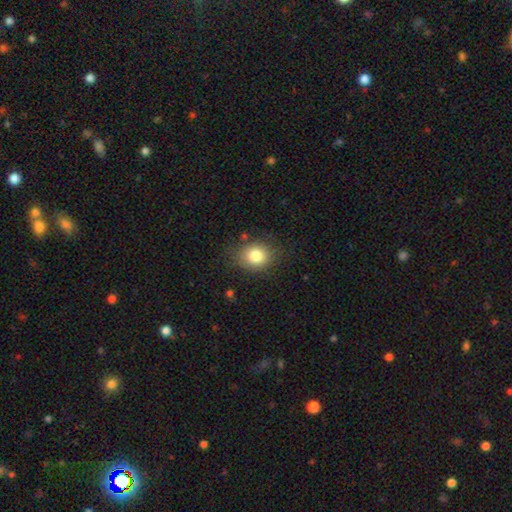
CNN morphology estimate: A smooth galaxy with no disk features (81%) that is round (63%). Merging: none (80%).